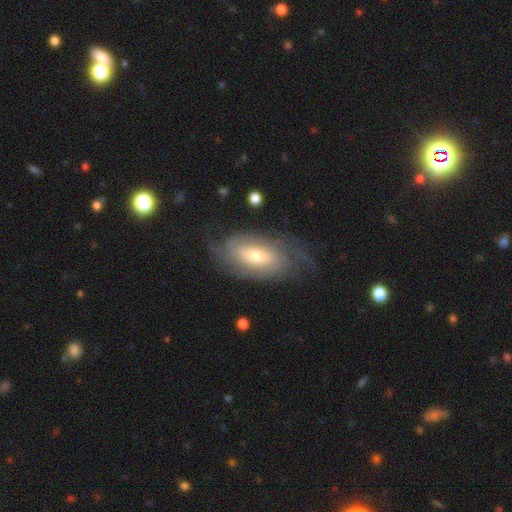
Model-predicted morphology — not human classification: Smooth or featured? featured or disk (81%)
Edge-on disk? no (94%)
Bar? no (56%)
Spiral arms? yes (93%)
Spiral winding? tight (59%)
Spiral arm count? can't tell (37%)
Bulge size? moderate (54%)
Merging? none (70%)